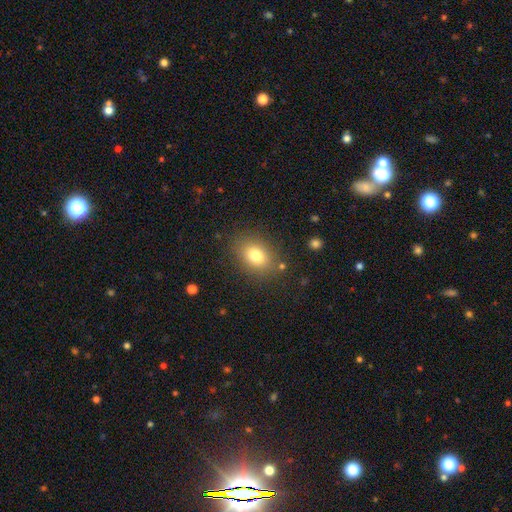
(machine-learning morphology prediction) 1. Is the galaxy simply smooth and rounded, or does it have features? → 78% smooth, 11% star or artifact, 11% featured or disk.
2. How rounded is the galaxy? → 68% in between, 31% round, 1% cigar-shaped.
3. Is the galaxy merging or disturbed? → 82% none, 11% minor disturbance, 4% major disturbance, 3% merger.